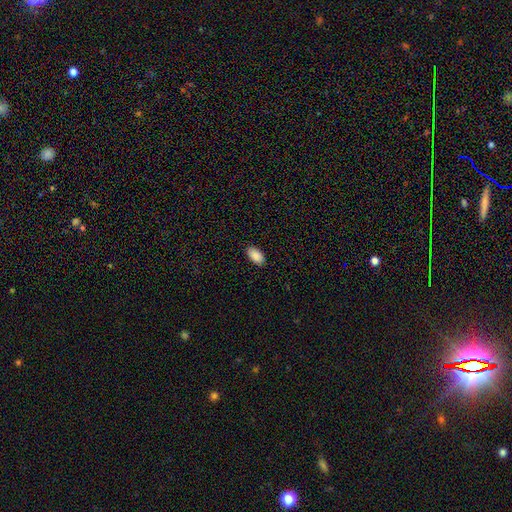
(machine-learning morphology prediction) Smooth or featured: smooth — 89% (star or artifact — 7%)
How rounded: in between — 95% (round — 3%)
Merging: none — 88% (minor disturbance — 9%)